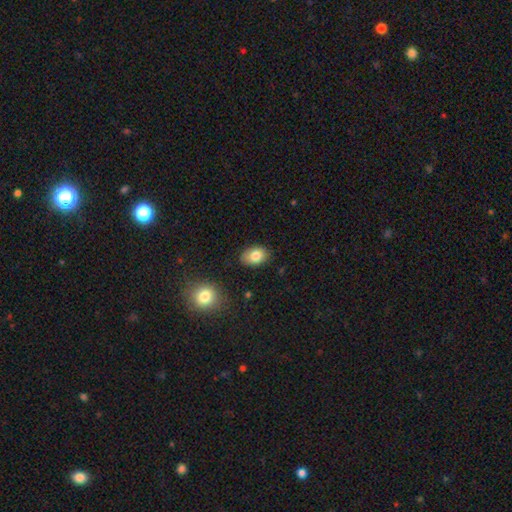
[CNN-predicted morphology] Smooth or featured?
  - smooth: 82% *
  - featured or disk: 10%
  - star or artifact: 8%
How rounded?
  - in between: 82% *
  - round: 17%
  - cigar-shaped: 1%
Merging?
  - none: 81% *
  - minor disturbance: 14%
  - major disturbance: 3%
  - merger: 2%